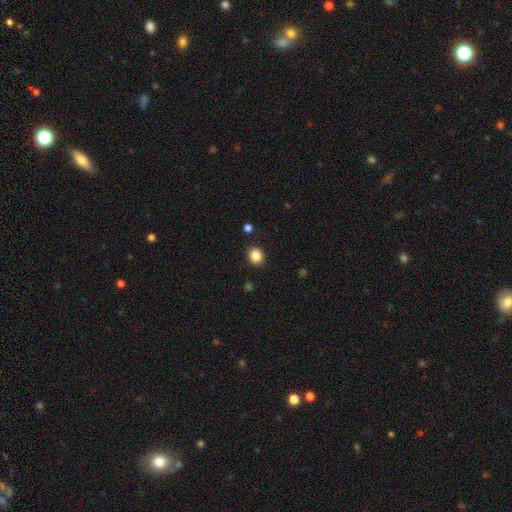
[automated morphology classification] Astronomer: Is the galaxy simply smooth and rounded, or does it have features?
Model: smooth — 86%.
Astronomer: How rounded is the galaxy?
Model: round — 69%.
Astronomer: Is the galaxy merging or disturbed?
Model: none — 89%.